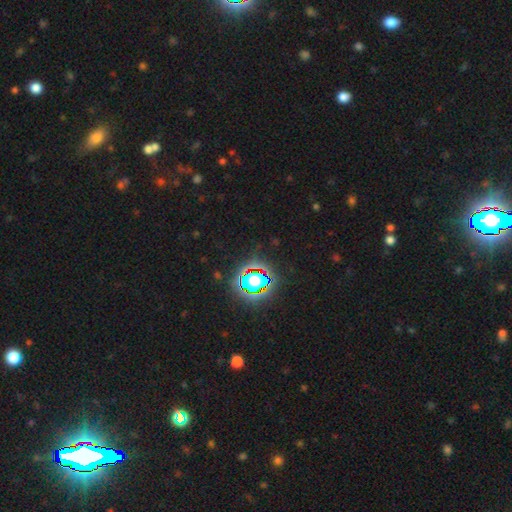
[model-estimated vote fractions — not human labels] Smooth or featured?
  - star or artifact: 79% *
  - smooth: 14%
  - featured or disk: 7%